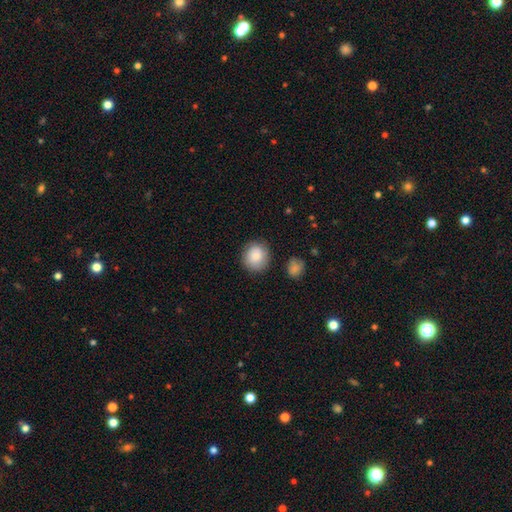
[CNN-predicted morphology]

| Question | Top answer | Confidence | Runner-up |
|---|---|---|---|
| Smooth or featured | smooth | 84% | featured or disk (8%) |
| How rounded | round | 85% | in between (14%) |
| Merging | none | 82% | minor disturbance (13%) |